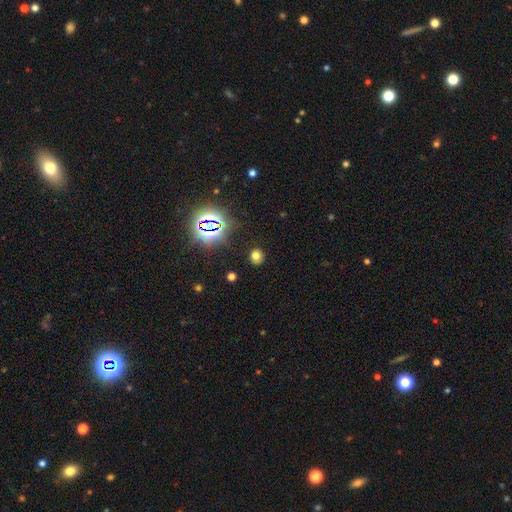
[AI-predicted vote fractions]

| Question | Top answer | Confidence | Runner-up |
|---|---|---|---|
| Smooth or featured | smooth | 68% | star or artifact (25%) |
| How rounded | round | 82% | in between (17%) |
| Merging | none | 87% | minor disturbance (8%) |